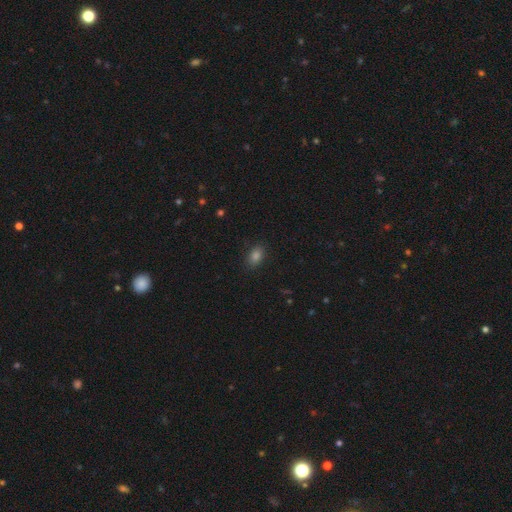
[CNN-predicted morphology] A smooth galaxy with no disk features (81%) that is in between round and cigar-shaped (83%). Merging: none (88%).